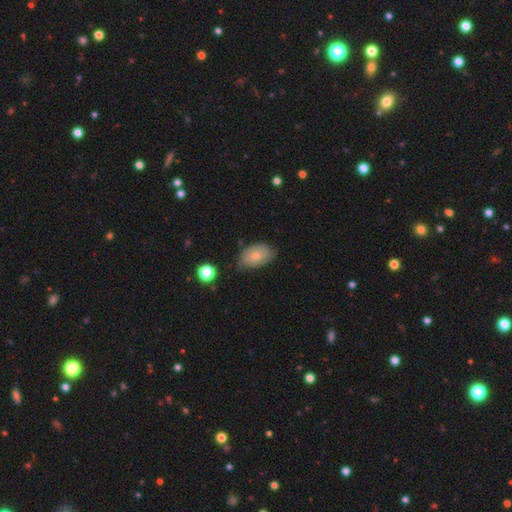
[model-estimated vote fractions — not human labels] The model was most divided on "merging": none: 64%, minor disturbance: 28%, major disturbance: 5%, merger: 2%. More confident: how rounded — in between (90%); smooth or featured — smooth (70%).